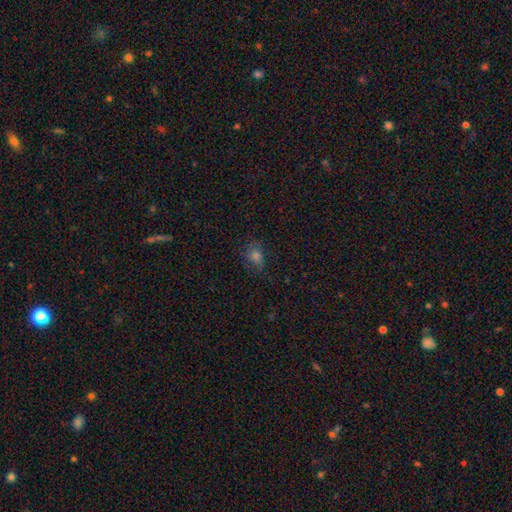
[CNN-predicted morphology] A smooth galaxy with no disk features (62%) that is round (51%).

Vote fractions:
- Smooth or featured? smooth: 62% / star or artifact: 22% / featured or disk: 17%
- How rounded? round: 51% / in between: 47% / cigar-shaped: 2%
- Merging? none: 68% / minor disturbance: 21% / major disturbance: 10% / merger: 1%